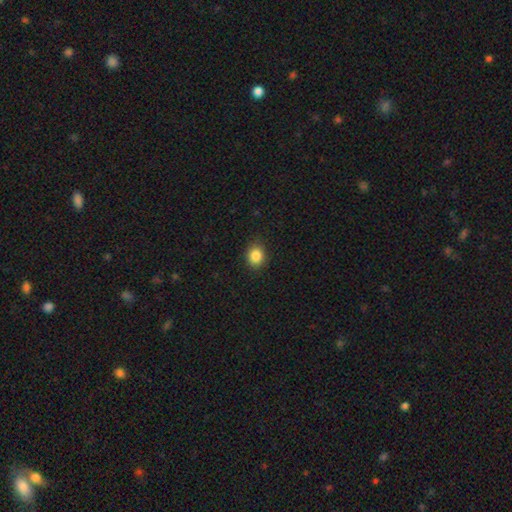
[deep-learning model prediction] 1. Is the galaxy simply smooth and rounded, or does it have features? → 86% smooth, 10% star or artifact, 4% featured or disk.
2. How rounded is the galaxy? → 62% round, 37% in between, 1% cigar-shaped.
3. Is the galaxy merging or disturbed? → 88% none, 9% minor disturbance, 2% major disturbance, 1% merger.